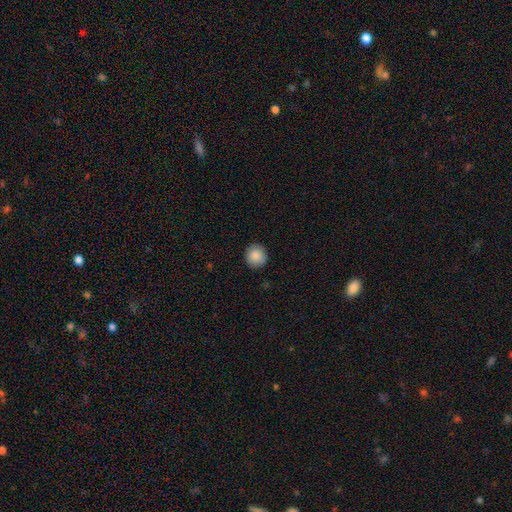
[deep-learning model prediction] Morphology: type=smooth (87%); roundness=round (93%); merging=none (91%).